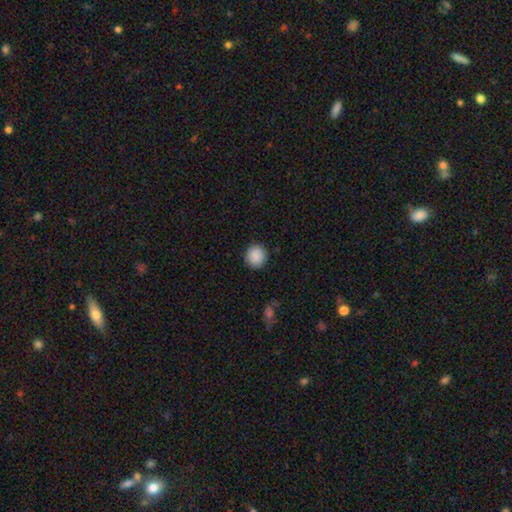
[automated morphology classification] A smooth galaxy with no disk features (89%) that is round (91%). Merging: none (90%).